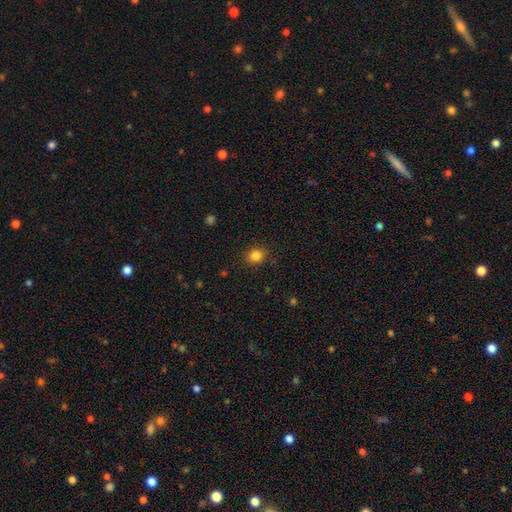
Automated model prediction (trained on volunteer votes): smooth-or-featured: smooth: 84% | star or artifact: 12% | featured or disk: 4%
  how-rounded: round: 73% | in between: 26% | cigar-shaped: 1%
  merging: none: 88% | minor disturbance: 8% | major disturbance: 3% | merger: 1%